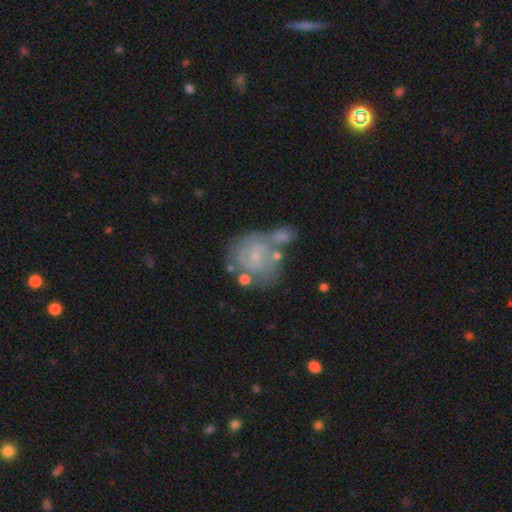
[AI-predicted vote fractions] Smooth or featured: featured or disk — 68% (smooth — 23%)
Edge-on disk: no — 98% (yes — 2%)
Bar: no — 56% (weak — 37%)
Spiral arms: yes — 81% (no — 19%)
Spiral winding: tight — 57% (medium — 32%)
Spiral arm count: can't tell — 42% (2 — 34%)
Bulge size: small — 76% (moderate — 15%)
Merging: none — 39% (merger — 34%)